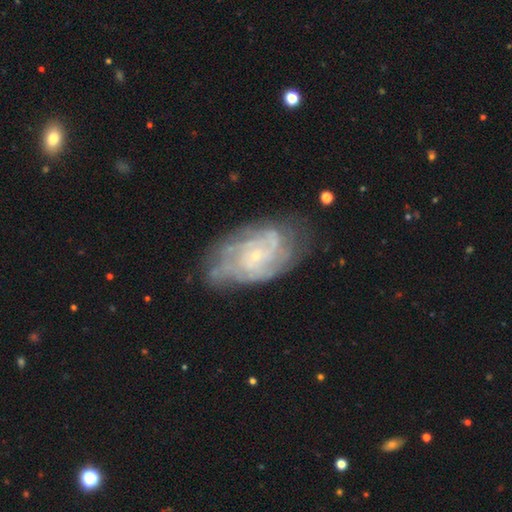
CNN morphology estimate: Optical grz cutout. It shows a featured or disk galaxy (82%) with no bar (74%), tight (65%) spiral arms (91%) and a small central bulge (82%). Merging: none (67%).